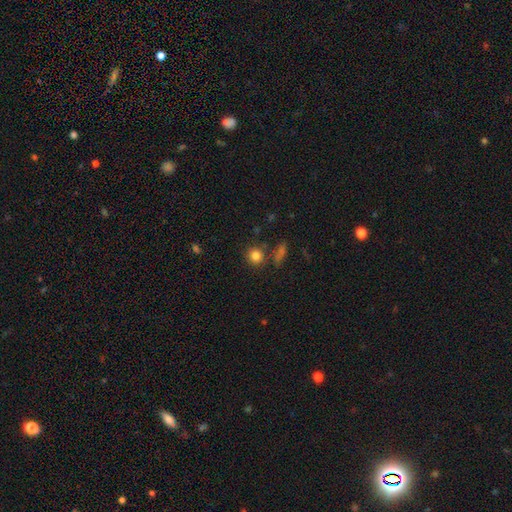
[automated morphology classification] Smooth or featured: smooth — 83% (star or artifact — 12%)
How rounded: round — 89% (in between — 10%)
Merging: none — 78% (minor disturbance — 10%)